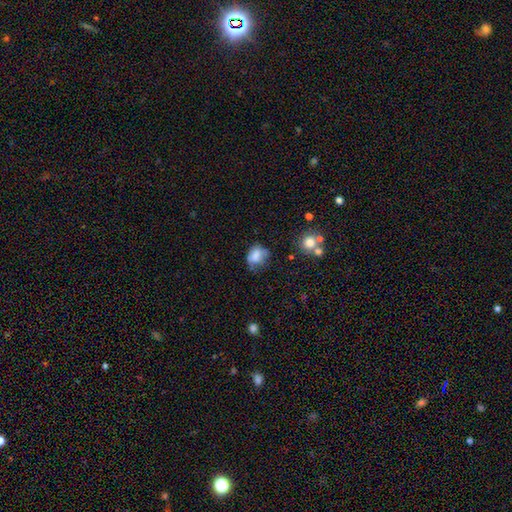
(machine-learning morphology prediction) This appears to be a smooth galaxy with no disk features (74%) that is in between round and cigar-shaped (52%). Merging: none (45%).